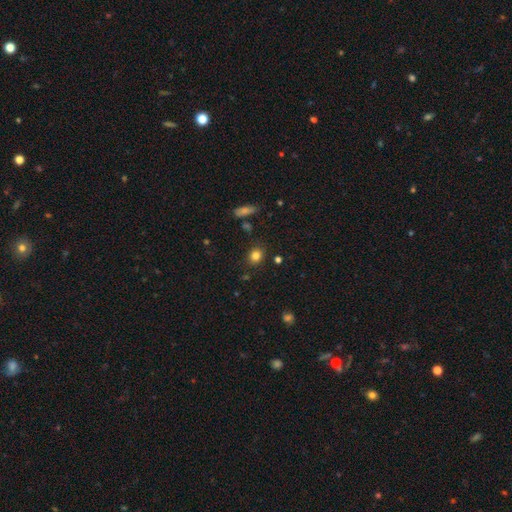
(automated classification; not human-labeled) Overall: smooth (82%). How rounded: round (69%; in between 30%). Merging: none (85%).